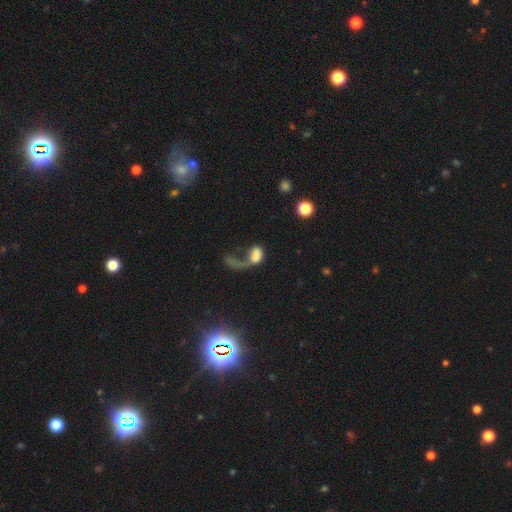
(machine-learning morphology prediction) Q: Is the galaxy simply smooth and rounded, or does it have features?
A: smooth — 61%.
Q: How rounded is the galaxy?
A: in between — 78%.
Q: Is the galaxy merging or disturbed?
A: major disturbance — 56%.